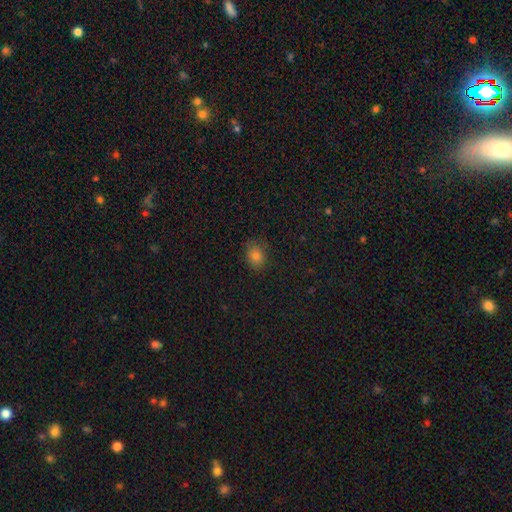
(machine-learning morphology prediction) The model was most divided on "how rounded": in between: 59%, round: 40%, cigar-shaped: 1%. More confident: merging — none (82%); smooth or featured — smooth (80%).